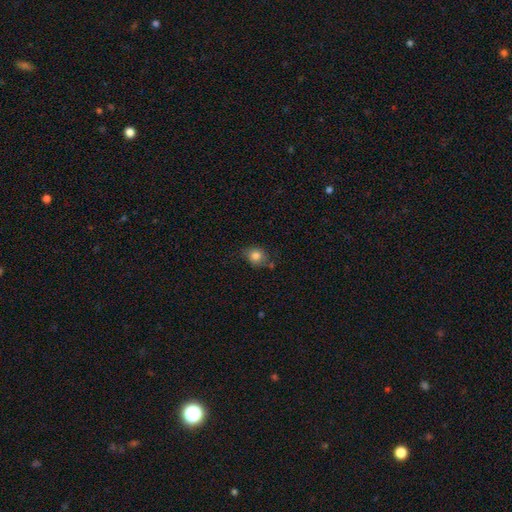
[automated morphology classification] type=smooth (82%); roundness=round (69%); merging=none (67%).